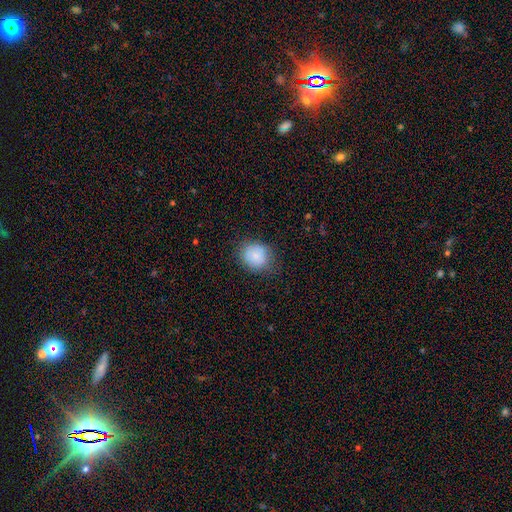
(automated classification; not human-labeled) smooth-or-featured: smooth: 82% | featured or disk: 9% | star or artifact: 8%
  how-rounded: round: 69% | in between: 30% | cigar-shaped: 1%
  merging: none: 74% | minor disturbance: 19% | major disturbance: 6% | merger: 1%